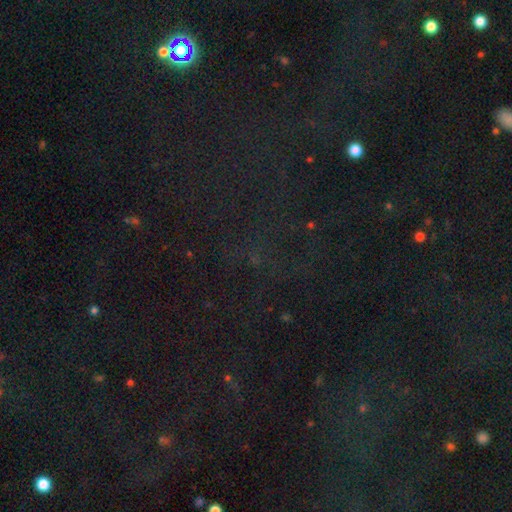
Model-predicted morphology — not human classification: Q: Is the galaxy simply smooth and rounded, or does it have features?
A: star or artifact — 77%.